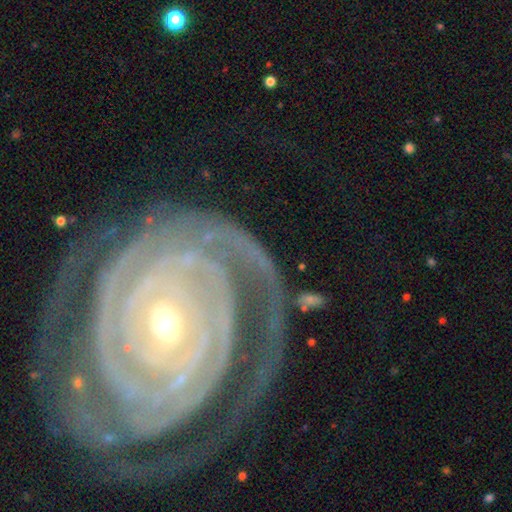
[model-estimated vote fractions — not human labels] A featured or disk galaxy (86%) with no bar (50%), 2 (36%) tight (77%) spiral arms (94%) and a small central bulge (57%).

Vote fractions:
- Smooth or featured? featured or disk: 86% / smooth: 7% / star or artifact: 7%
- Edge-on disk? no: 96% / yes: 4%
- Bar? no: 50% / strong: 25% / weak: 25%
- Spiral arms? yes: 94% / no: 6%
- Spiral winding? tight: 77% / medium: 17% / loose: 6%
- Spiral arm count? 2: 36% / can't tell: 21% / 3: 15% / 4: 10% / 1: 9% / more than 4: 9%
- Bulge size? small: 57% / moderate: 37% / large: 3% / dominant: 1% / none: 1%
- Merging? none: 68% / minor disturbance: 15% / major disturbance: 13% / merger: 4%